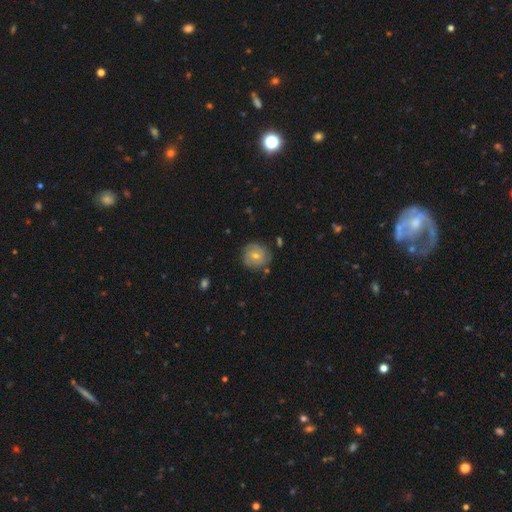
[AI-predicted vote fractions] The model was most divided on "smooth or featured" (2-way tie): smooth: 46%, featured or disk: 46%, star or artifact: 8%. More confident: merging — none (78%).